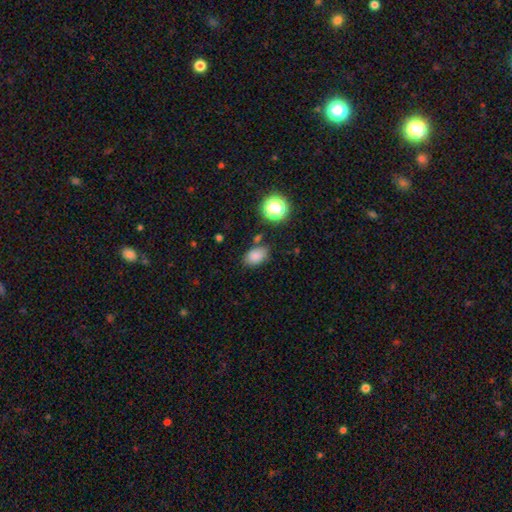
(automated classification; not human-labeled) smooth 82%, star or artifact 12%, featured or disk 6%. Down the decision tree: how rounded — in between (84%); merging — none (76%).